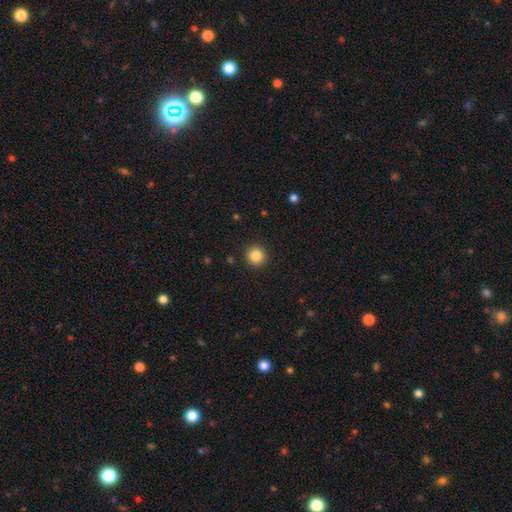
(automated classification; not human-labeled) This appears to be a smooth galaxy with no disk features (85%) that is round (96%). Merging: none (93%).